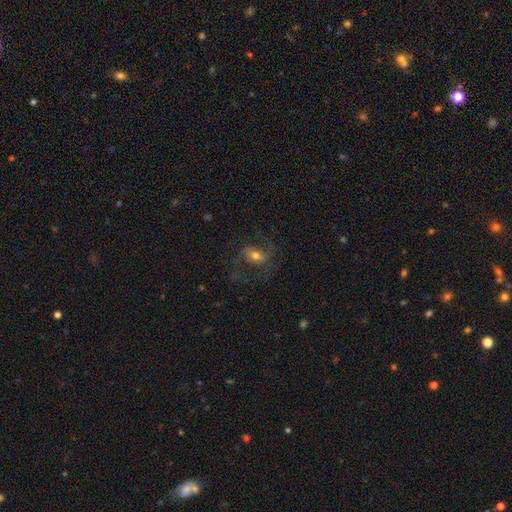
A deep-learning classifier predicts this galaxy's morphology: The model was most divided on "bar": weak: 42%, no: 38%, strong: 20%. More confident: edge-on disk — no (95%); spiral arms — yes (83%); bulge size — moderate (65%); smooth or featured — featured or disk (61%); merging — none (55%).